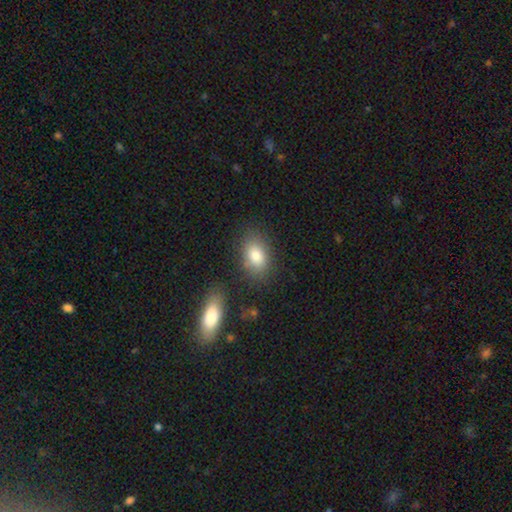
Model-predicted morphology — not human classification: A smooth galaxy with no disk features (83%) that is in between round and cigar-shaped (85%).

Vote fractions:
- Smooth or featured? smooth: 83% / featured or disk: 9% / star or artifact: 8%
- How rounded? in between: 85% / round: 13% / cigar-shaped: 2%
- Merging? none: 79% / minor disturbance: 13% / merger: 5% / major disturbance: 4%